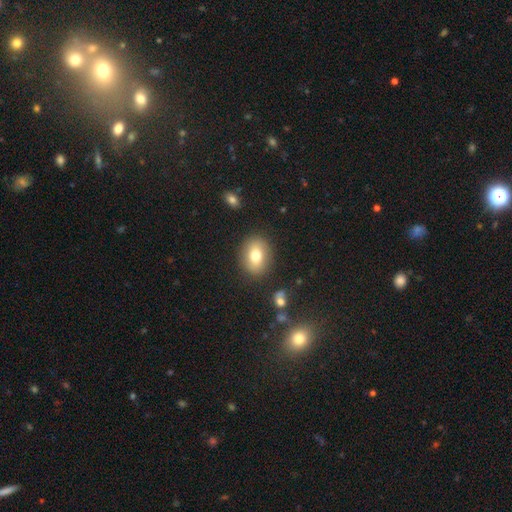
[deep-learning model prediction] The model was most divided on "how rounded": in between: 60%, round: 39%, cigar-shaped: 1%. More confident: merging — none (86%); smooth or featured — smooth (75%).